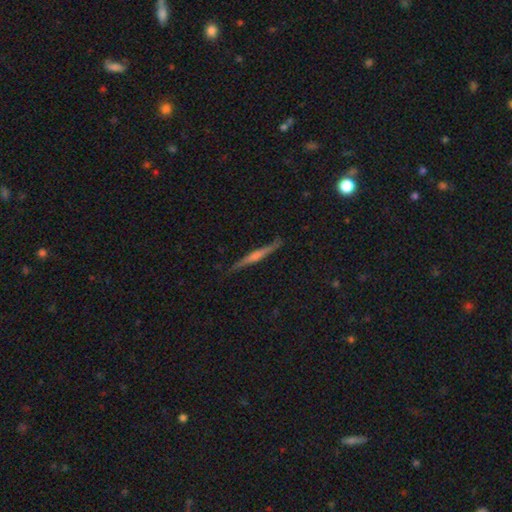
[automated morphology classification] smooth-or-featured: featured or disk: 65% | smooth: 28% | star or artifact: 7%
  disk-edge-on: yes: 97% | no: 3%
    edge-on-bulge: rounded: 52% | none: 30% | boxy: 18%
  merging: none: 87% | minor disturbance: 10% | major disturbance: 2% | merger: 1%